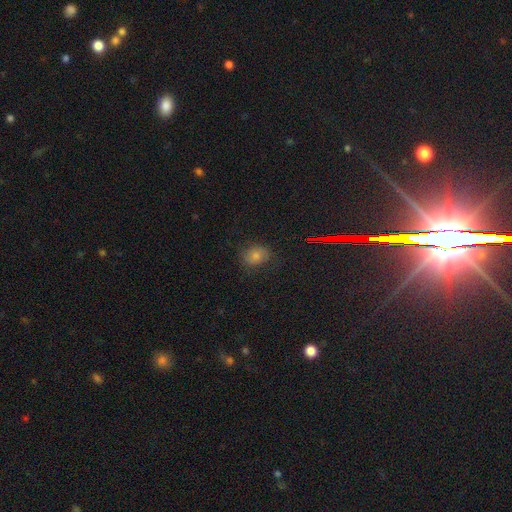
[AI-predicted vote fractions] Smooth or featured: smooth — 62% (star or artifact — 25%)
How rounded: round — 52% (in between — 47%)
Merging: none — 76% (minor disturbance — 17%)